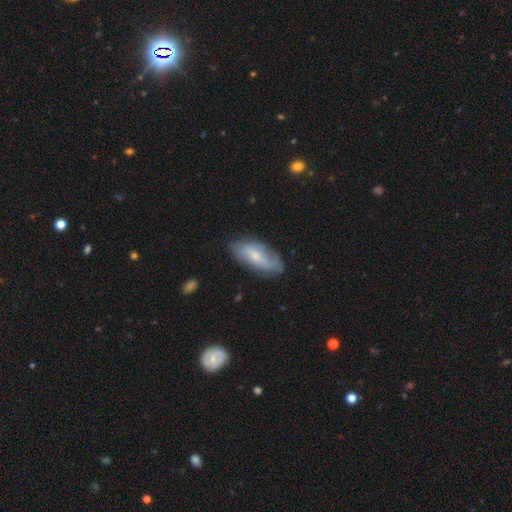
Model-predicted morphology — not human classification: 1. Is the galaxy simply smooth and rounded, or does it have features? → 48% featured or disk, 45% smooth, 7% star or artifact.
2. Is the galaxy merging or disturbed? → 72% none, 21% minor disturbance, 5% major disturbance, 2% merger.